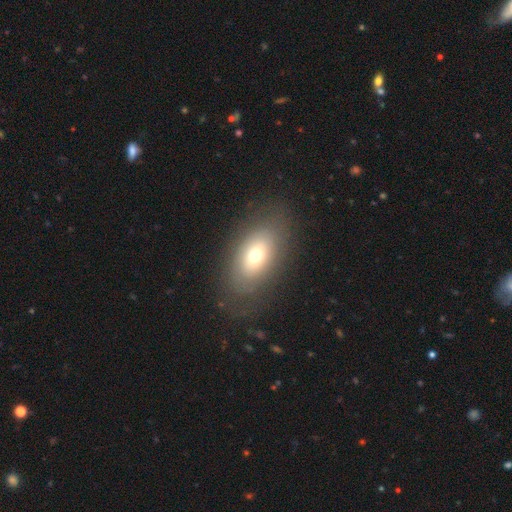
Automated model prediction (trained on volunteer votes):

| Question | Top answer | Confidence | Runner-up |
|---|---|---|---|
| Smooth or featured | smooth | 63% | featured or disk (27%) |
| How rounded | in between | 88% | round (9%) |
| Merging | none | 79% | minor disturbance (13%) |